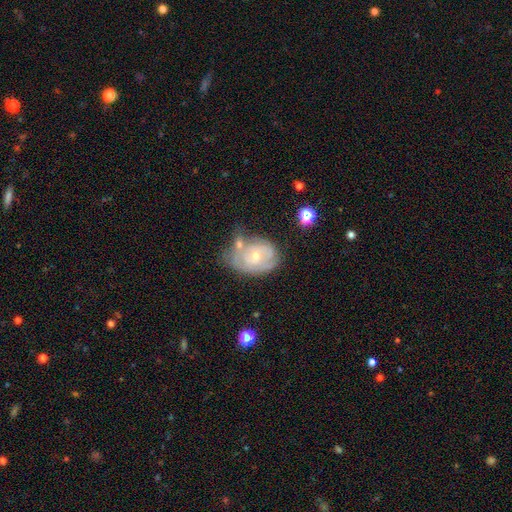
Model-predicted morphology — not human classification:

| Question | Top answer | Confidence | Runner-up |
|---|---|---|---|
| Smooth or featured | featured or disk | 66% | smooth (27%) |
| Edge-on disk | no | 96% | yes (4%) |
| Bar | no | 78% | weak (18%) |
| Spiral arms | yes | 72% | no (28%) |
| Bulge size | small | 55% | moderate (42%) |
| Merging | none | 37% | minor disturbance (26%) |